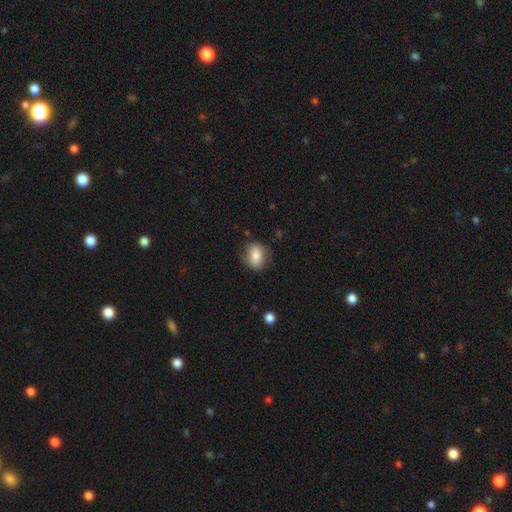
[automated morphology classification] A smooth galaxy with no disk features (78%) that is in between round and cigar-shaped (61%).

Vote fractions:
- Smooth or featured? smooth: 78% / featured or disk: 14% / star or artifact: 8%
- How rounded? in between: 61% / round: 37% / cigar-shaped: 2%
- Merging? none: 76% / minor disturbance: 17% / major disturbance: 5% / merger: 1%